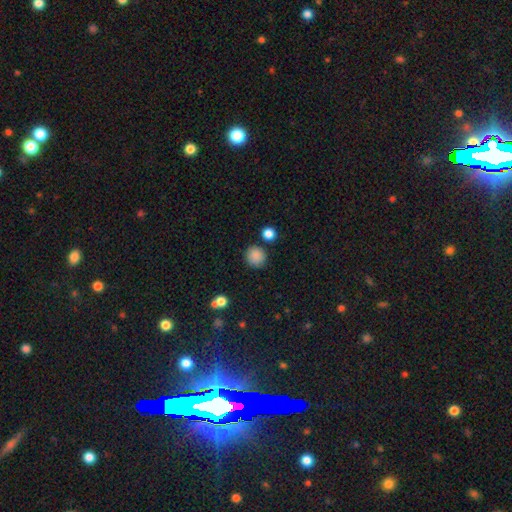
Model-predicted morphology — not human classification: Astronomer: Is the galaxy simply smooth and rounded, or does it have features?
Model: smooth — 87%.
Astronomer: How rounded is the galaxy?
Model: round — 91%.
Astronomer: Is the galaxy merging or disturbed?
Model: none — 82%.